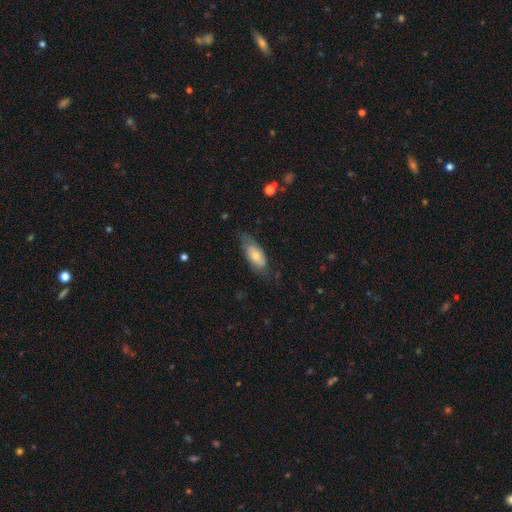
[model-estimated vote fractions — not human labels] Smooth or featured? Predicted: smooth (p=0.59). How rounded? Predicted: in between (p=0.83). Merging? Predicted: none (p=0.59).